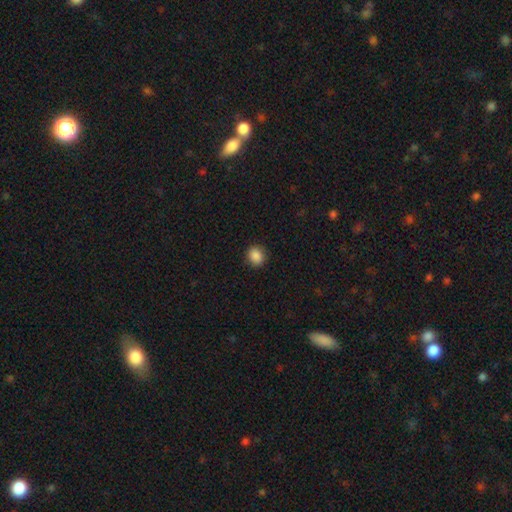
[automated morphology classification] smooth 88%, star or artifact 9%, featured or disk 3%. Down the decision tree: how rounded — round (76%); merging — none (89%).